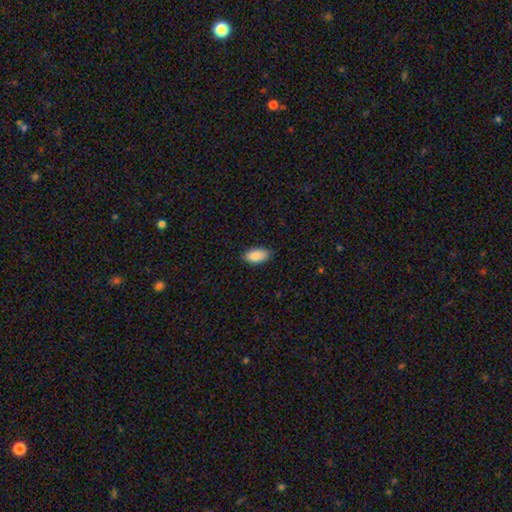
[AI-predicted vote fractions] This appears to be a smooth galaxy with no disk features (89%) that is in between round and cigar-shaped (94%). Merging: none (85%).